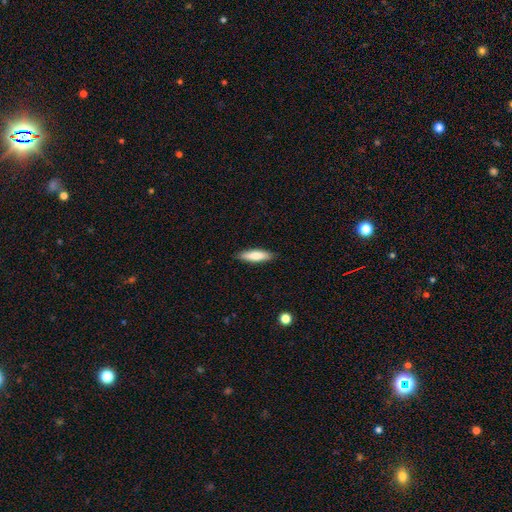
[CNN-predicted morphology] Q: Smooth or featured?
A: smooth (78%); runner-up: featured or disk (17%)
Q: How rounded?
A: cigar-shaped (65%); runner-up: in between (33%)
Q: Merging?
A: none (88%); runner-up: minor disturbance (9%)